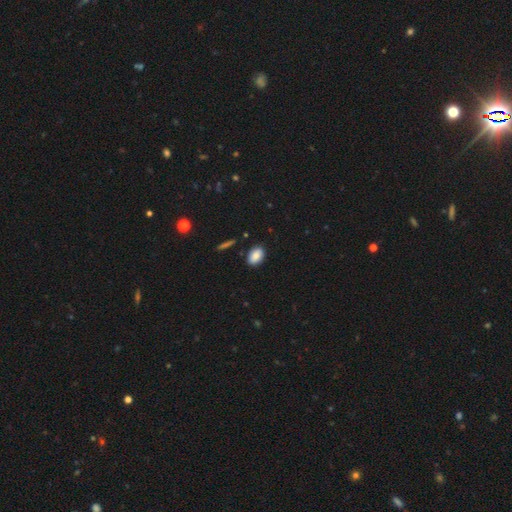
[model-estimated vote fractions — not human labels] smooth_or_featured: smooth (p=0.85) [alt: star or artifact p=0.08]
how_rounded: in between (p=0.85) [alt: round p=0.14]
merging: none (p=0.86) [alt: minor disturbance p=0.10]